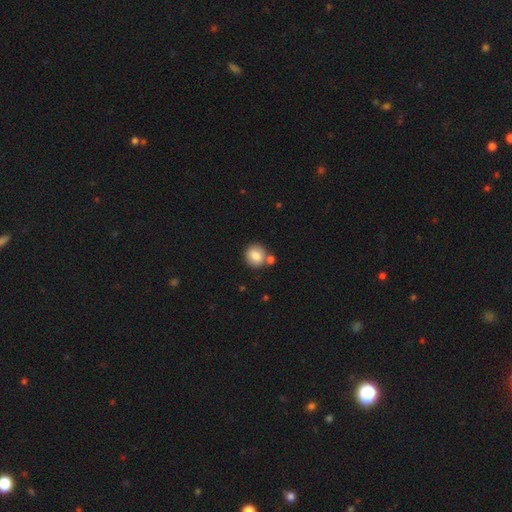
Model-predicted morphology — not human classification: Smooth or featured? smooth (84%)
How rounded? round (83%)
Merging? none (67%)